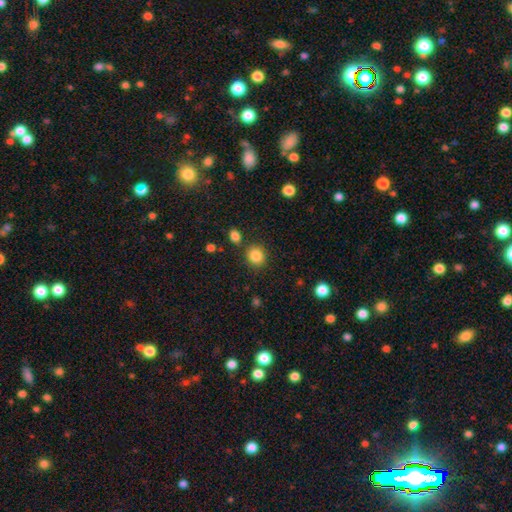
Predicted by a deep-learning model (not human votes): smooth 85%, star or artifact 10%, featured or disk 5%. Down the decision tree: how rounded — round (84%); merging — none (82%).